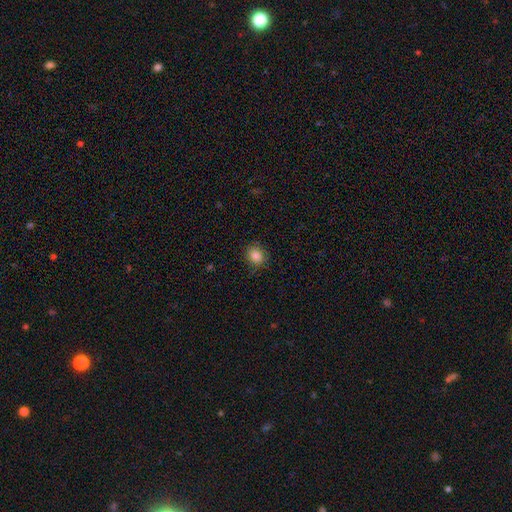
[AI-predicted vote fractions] This is clearly a smooth galaxy (85%). How rounded: likely round (69%). Merging: clearly none (87%).